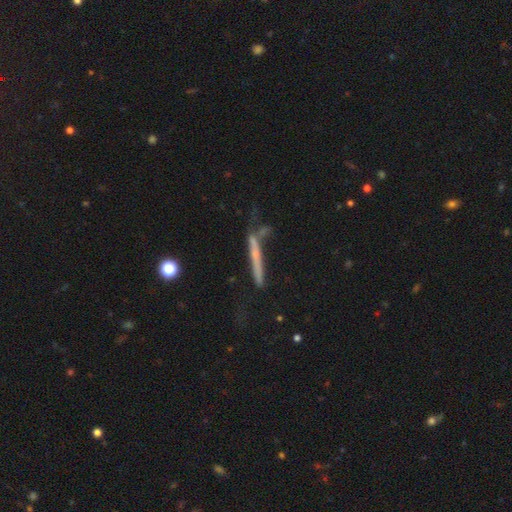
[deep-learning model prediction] Smooth or featured: featured or disk — 49% (smooth — 41%)
Merging: none — 57% (minor disturbance — 20%)